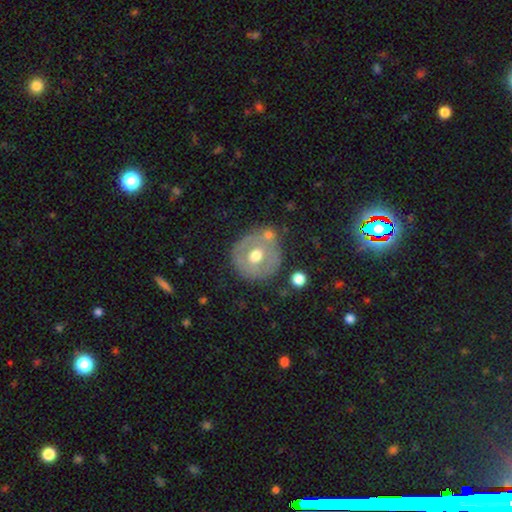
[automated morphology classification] smooth-or-featured: smooth: 47% | featured or disk: 46% | star or artifact: 8%
  merging: none: 68% | minor disturbance: 17% | merger: 9% | major disturbance: 7%